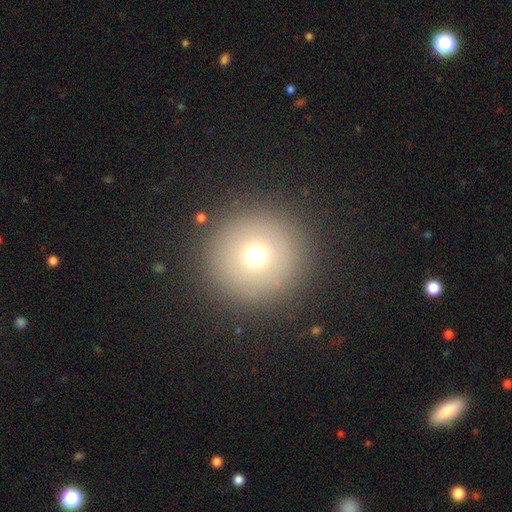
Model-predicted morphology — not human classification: type=smooth (69%); roundness=round (96%); merging=none (90%).